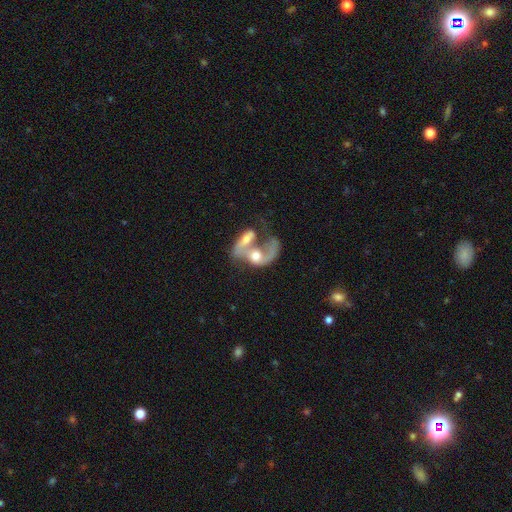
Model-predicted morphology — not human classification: Smooth or featured?
  - featured or disk: 62% *
  - smooth: 31%
  - star or artifact: 7%
Edge-on disk?
  - no: 94% *
  - yes: 6%
Bar?
  - no: 72% *
  - weak: 22%
  - strong: 6%
Spiral arms?
  - yes: 61% *
  - no: 39%
Bulge size?
  - moderate: 59% *
  - large: 19%
  - small: 14%
  - none: 6%
  - dominant: 3%
Merging?
  - merger: 79% *
  - major disturbance: 11%
  - none: 7%
  - minor disturbance: 4%